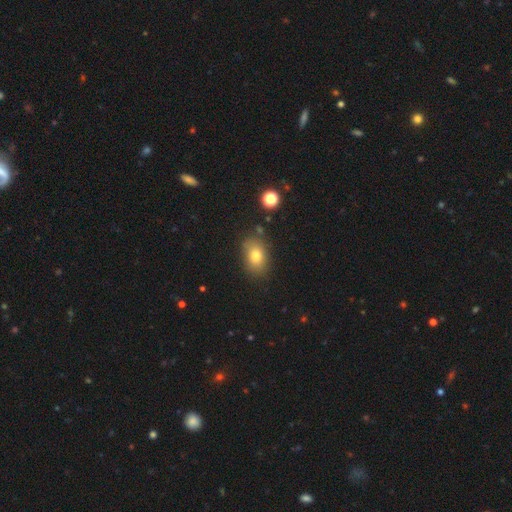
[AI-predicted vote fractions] Smooth or featured? smooth (78%)
How rounded? in between (79%)
Merging? none (77%)